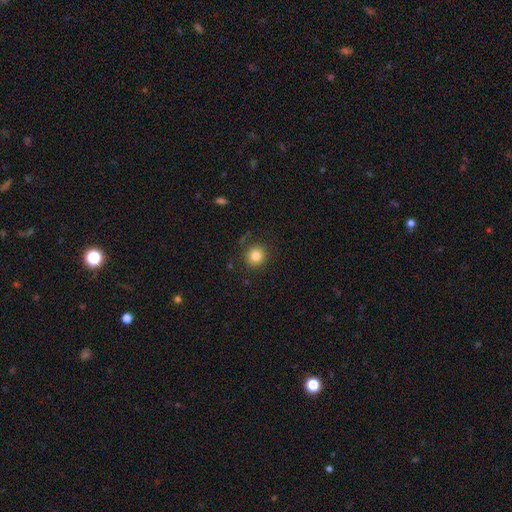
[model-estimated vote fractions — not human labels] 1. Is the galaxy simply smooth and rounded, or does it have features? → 82% smooth, 11% star or artifact, 6% featured or disk.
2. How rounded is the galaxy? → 93% round, 7% in between, 1% cigar-shaped.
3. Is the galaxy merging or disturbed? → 87% none, 8% minor disturbance, 3% major disturbance, 2% merger.